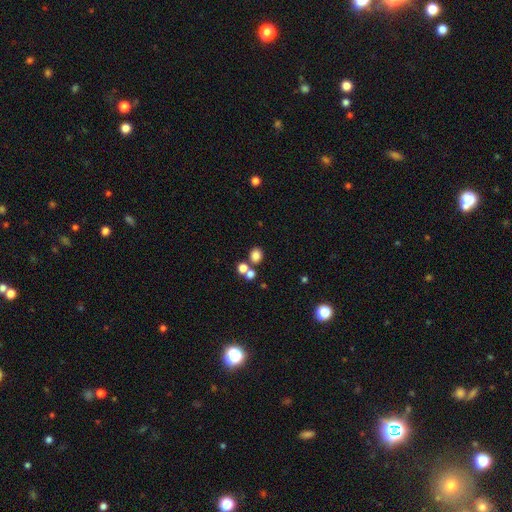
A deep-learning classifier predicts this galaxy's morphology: Smooth or featured? Predicted: smooth (p=0.79). How rounded? Predicted: round (p=0.72). Merging? Predicted: none (p=0.63).